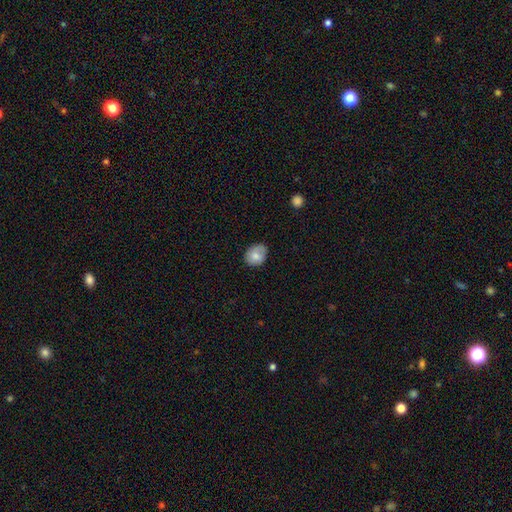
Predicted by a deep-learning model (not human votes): Smooth or featured? Predicted: smooth (p=0.75). How rounded? Predicted: round (p=0.53). Merging? Predicted: none (p=0.72).